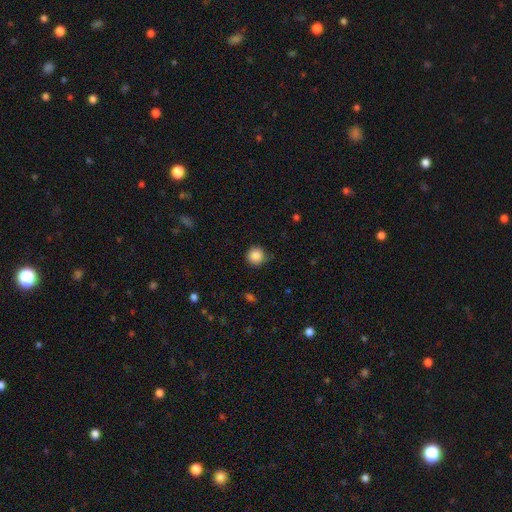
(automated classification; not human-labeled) Overall: smooth (86%). How rounded: round (94%). Merging: none (82%).